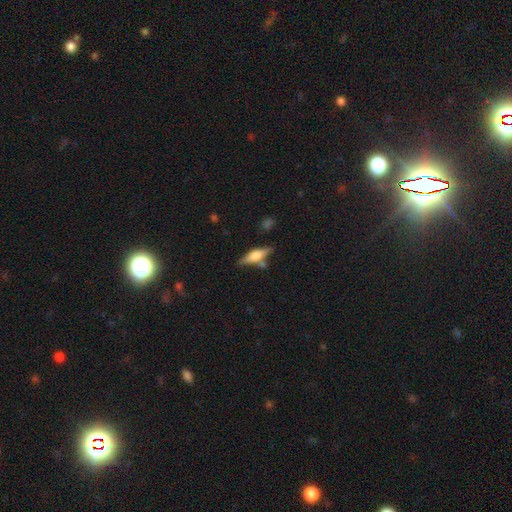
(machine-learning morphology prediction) Smooth or featured? smooth (47%)
Merging? none (71%)